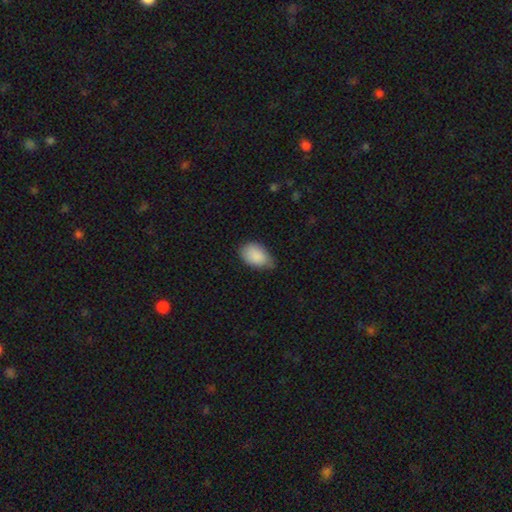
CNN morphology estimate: A smooth galaxy with no disk features (88%) that is in between round and cigar-shaped (90%).

Vote fractions:
- Smooth or featured? smooth: 88% / star or artifact: 7% / featured or disk: 5%
- How rounded? in between: 90% / round: 8% / cigar-shaped: 1%
- Merging? none: 54% / minor disturbance: 38% / major disturbance: 6% / merger: 1%